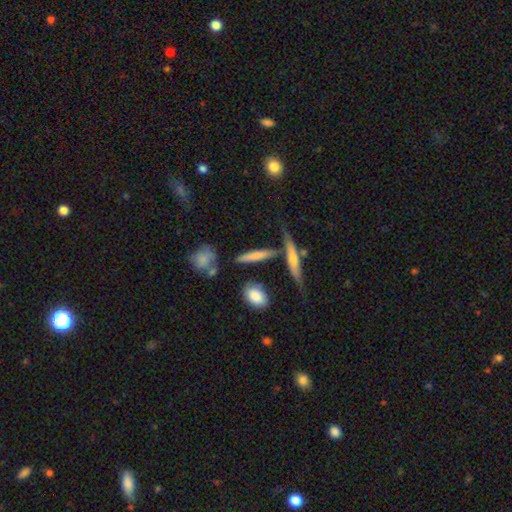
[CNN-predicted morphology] smooth_or_featured: smooth (p=0.63) [alt: featured or disk p=0.28]
how_rounded: cigar-shaped (p=0.76) [alt: in between p=0.19]
merging: none (p=0.64) [alt: minor disturbance p=0.16]